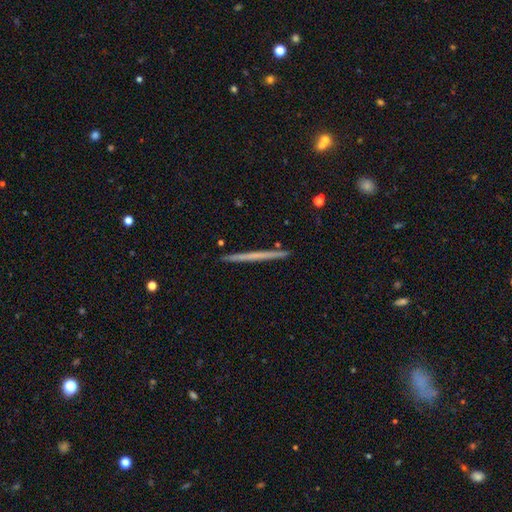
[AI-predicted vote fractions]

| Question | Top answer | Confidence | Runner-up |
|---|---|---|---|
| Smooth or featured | featured or disk | 55% | smooth (40%) |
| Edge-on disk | yes | 98% | no (2%) |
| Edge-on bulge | none | 90% | rounded (8%) |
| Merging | none | 93% | minor disturbance (5%) |